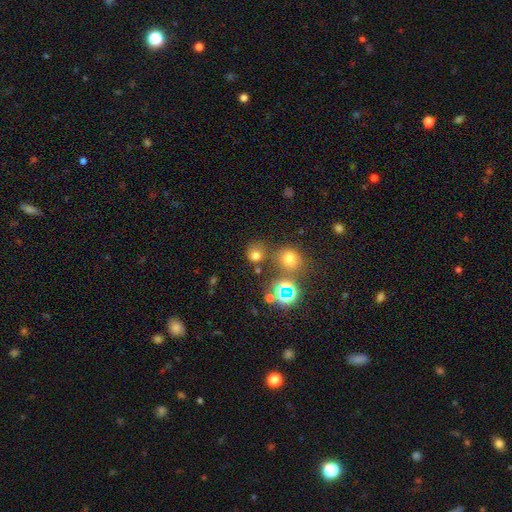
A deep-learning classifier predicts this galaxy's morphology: A smooth galaxy with no disk features (68%) that is round (85%). Merging: none (70%).